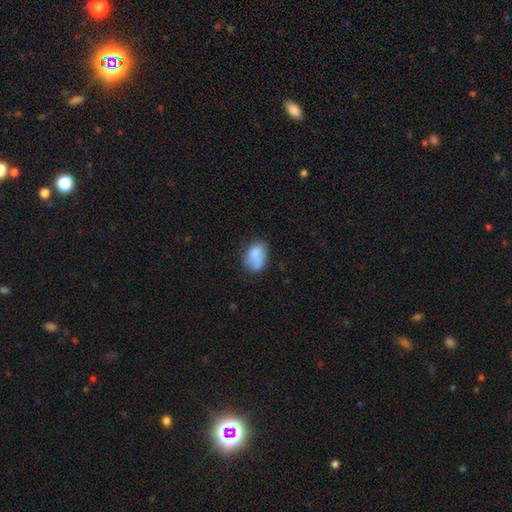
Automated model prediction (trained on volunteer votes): smooth_or_featured: smooth (p=0.80) [alt: featured or disk p=0.12]
how_rounded: in between (p=0.79) [alt: round p=0.20]
merging: none (p=0.52) [alt: minor disturbance p=0.30]